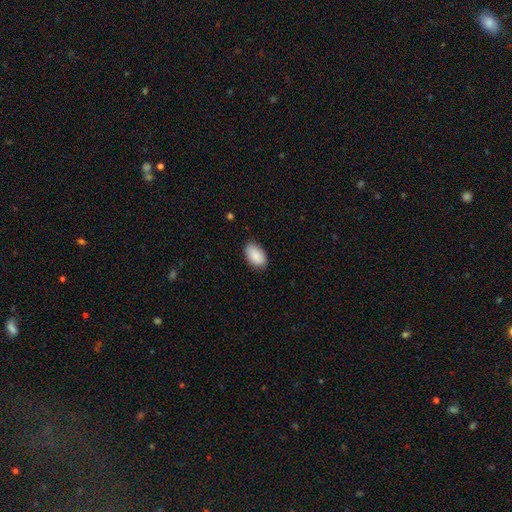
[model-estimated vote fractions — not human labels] Smooth or featured? Predicted: smooth (p=0.90). How rounded? Predicted: in between (p=0.94). Merging? Predicted: none (p=0.83).